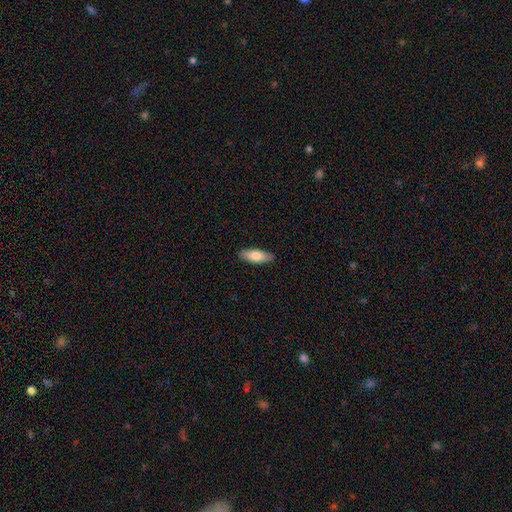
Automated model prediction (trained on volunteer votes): Q: Smooth or featured?
A: smooth (77%); runner-up: featured or disk (17%)
Q: How rounded?
A: in between (66%); runner-up: cigar-shaped (32%)
Q: Merging?
A: none (89%); runner-up: minor disturbance (8%)